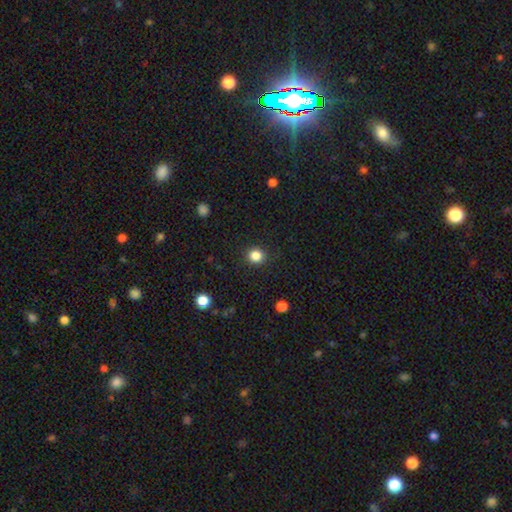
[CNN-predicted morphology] Smooth or featured: smooth — 84% (star or artifact — 12%)
How rounded: round — 88% (in between — 11%)
Merging: none — 91% (minor disturbance — 6%)